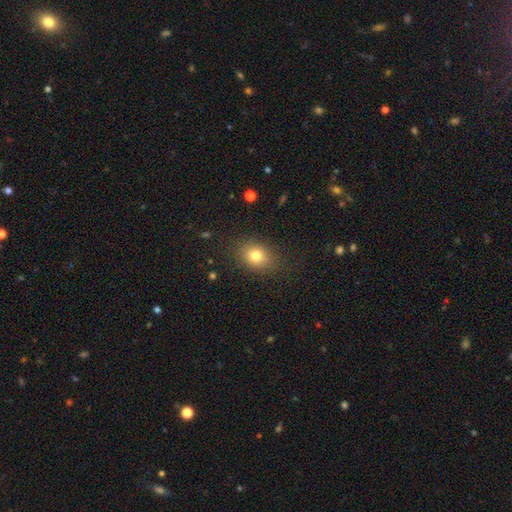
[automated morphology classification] This is likely a smooth galaxy (79%). How rounded: possibly in between (53%). Merging: clearly none (83%).